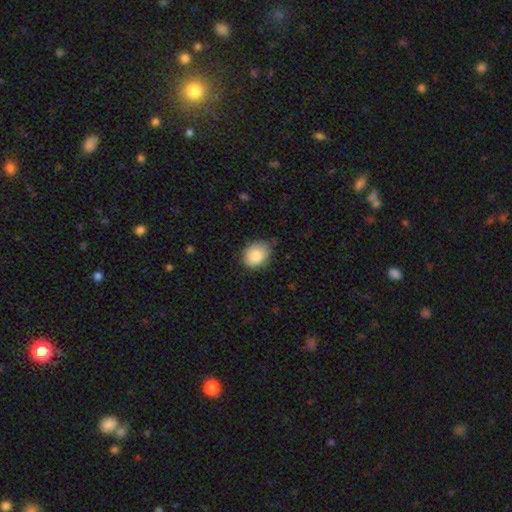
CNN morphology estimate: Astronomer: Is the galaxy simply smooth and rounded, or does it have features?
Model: smooth — 86%.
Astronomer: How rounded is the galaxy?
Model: in between — 62% (runner-up: round, 37%).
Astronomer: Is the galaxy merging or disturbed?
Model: none — 66%.